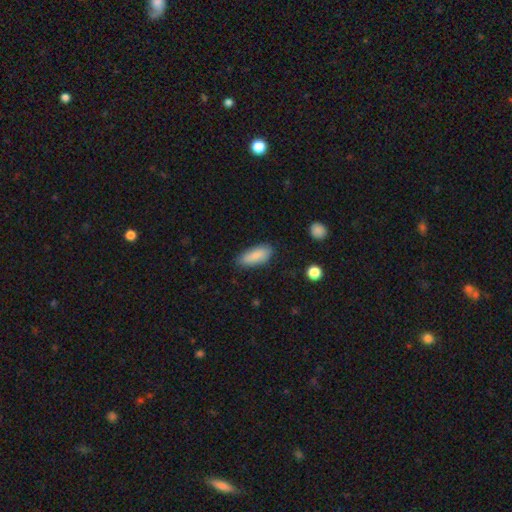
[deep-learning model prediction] Morphology: type=smooth (86%); roundness=in between (79%); merging=none (80%).